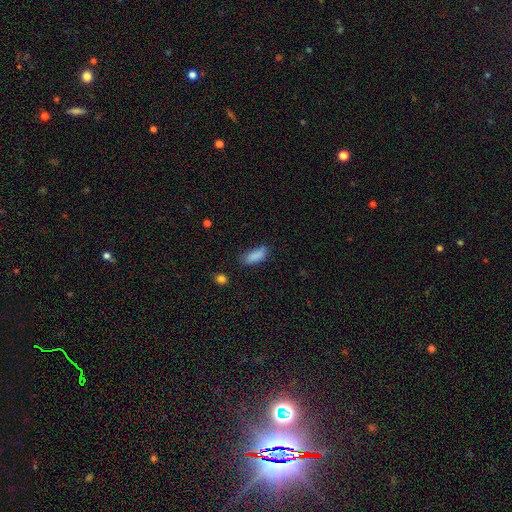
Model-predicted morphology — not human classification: smooth_or_featured: smooth (p=0.85) [alt: star or artifact p=0.09]
how_rounded: in between (p=0.78) [alt: cigar-shaped p=0.20]
merging: none (p=0.60) [alt: minor disturbance p=0.29]